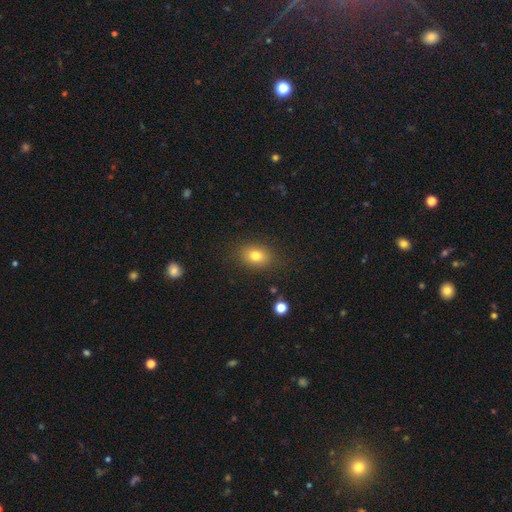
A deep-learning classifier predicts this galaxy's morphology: A smooth galaxy with no disk features (79%) that is in between round and cigar-shaped (68%).

Vote fractions:
- Smooth or featured? smooth: 79% / star or artifact: 12% / featured or disk: 9%
- How rounded? in between: 68% / round: 31% / cigar-shaped: 1%
- Merging? none: 85% / minor disturbance: 10% / major disturbance: 3% / merger: 1%